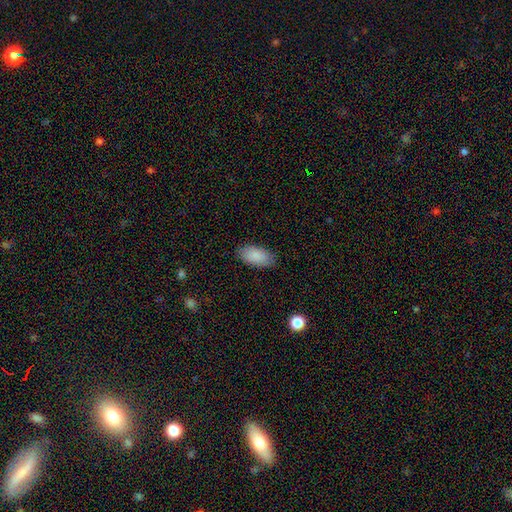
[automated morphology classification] Smooth or featured? smooth (89%)
How rounded? in between (94%)
Merging? none (87%)